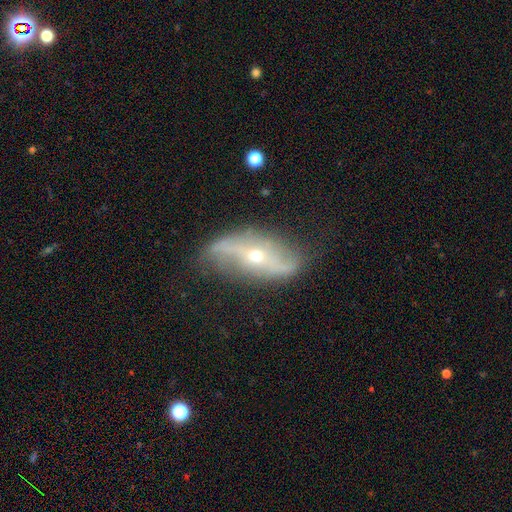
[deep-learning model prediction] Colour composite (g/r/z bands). It shows a featured or disk galaxy (84%) with no bar (40%), 2 (91%) loose (82%) spiral arms (87%) and a small central bulge (61%). Merging: none (69%).